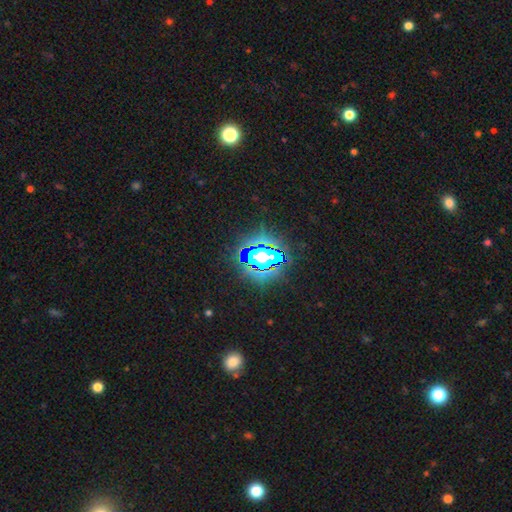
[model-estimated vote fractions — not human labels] This is likely a star or artifact rather than a galaxy (80%).